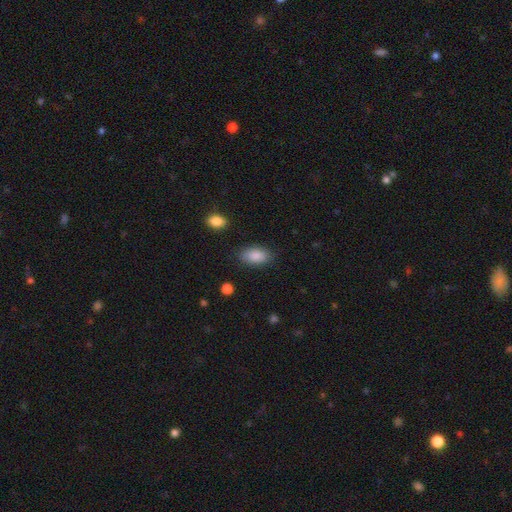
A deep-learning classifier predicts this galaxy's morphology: A smooth galaxy with no disk features (87%) that is in between round and cigar-shaped (93%). Merging: none (84%).